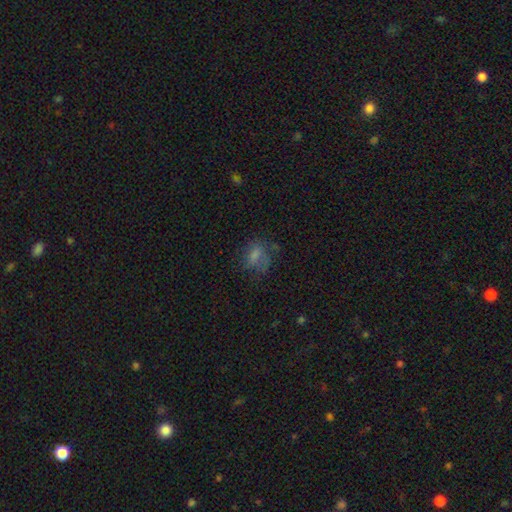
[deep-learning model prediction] The model was most divided on "merging": none: 46%, major disturbance: 27%, minor disturbance: 24%, merger: 3%. More confident: smooth or featured — smooth (64%); how rounded — in between (60%).